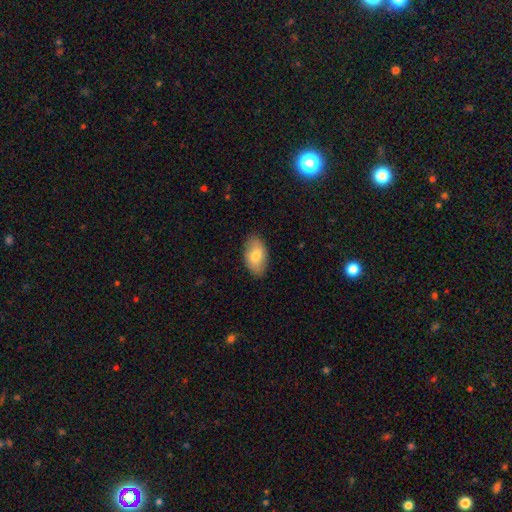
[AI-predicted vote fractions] A smooth galaxy with no disk features (76%) that is in between round and cigar-shaped (94%). Merging: none (85%).